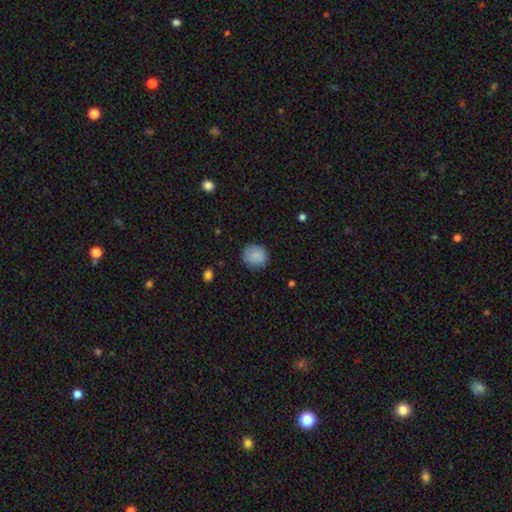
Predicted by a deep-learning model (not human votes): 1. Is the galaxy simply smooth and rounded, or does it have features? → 87% smooth, 8% star or artifact, 5% featured or disk.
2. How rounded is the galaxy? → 83% round, 16% in between, 1% cigar-shaped.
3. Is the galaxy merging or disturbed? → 83% none, 13% minor disturbance, 3% major disturbance, 1% merger.